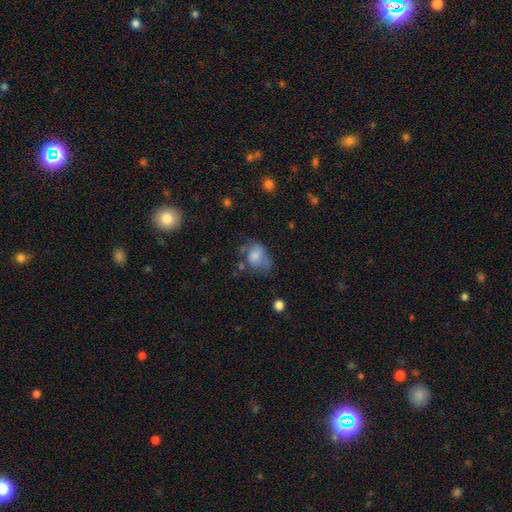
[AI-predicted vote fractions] smooth 65%, featured or disk 25%, star or artifact 10%. Down the decision tree: how rounded — in between (62%); merging — none (32%).